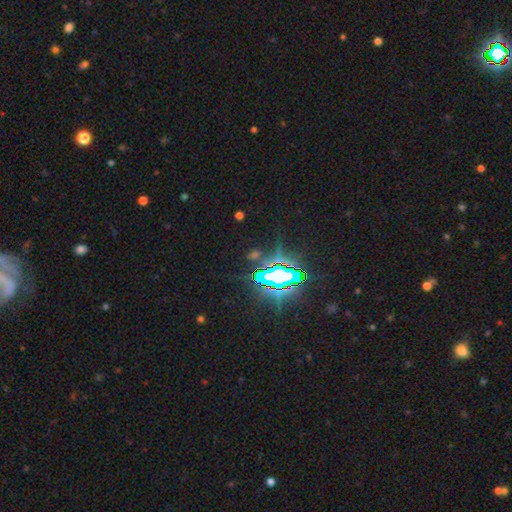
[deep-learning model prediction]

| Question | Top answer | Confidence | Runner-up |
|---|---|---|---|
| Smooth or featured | star or artifact | 76% | smooth (14%) |